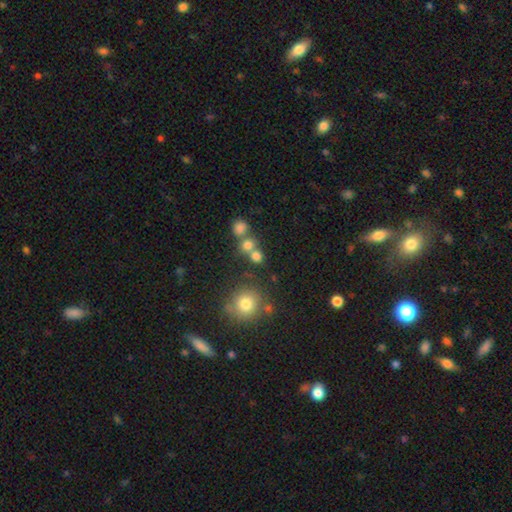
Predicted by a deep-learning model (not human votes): Smooth or featured: smooth — 72% (star or artifact — 17%)
How rounded: round — 80% (in between — 18%)
Merging: none — 51% (merger — 37%)